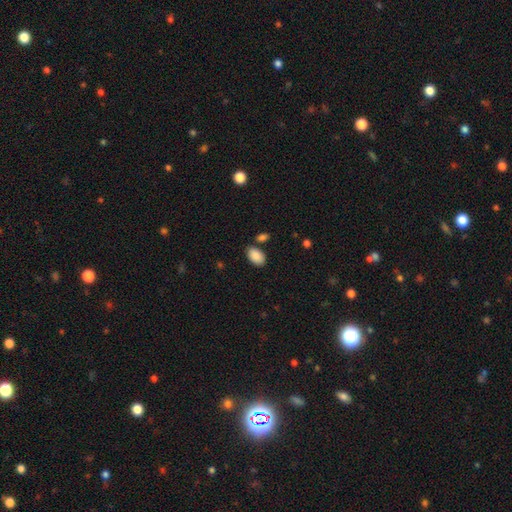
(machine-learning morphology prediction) Smooth or featured?
  - smooth: 90% *
  - star or artifact: 7%
  - featured or disk: 3%
How rounded?
  - in between: 93% *
  - round: 6%
  - cigar-shaped: 1%
Merging?
  - none: 78% *
  - minor disturbance: 12%
  - merger: 8%
  - major disturbance: 3%